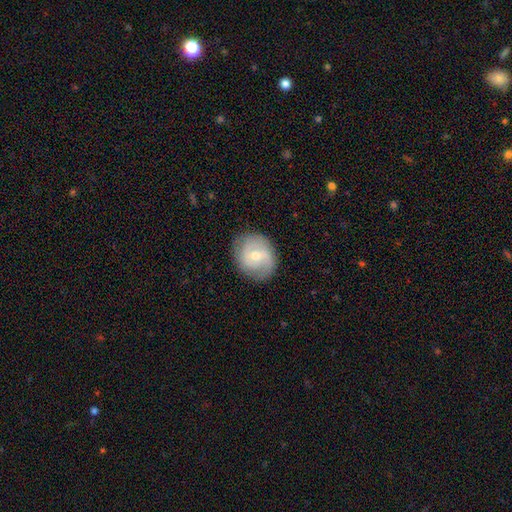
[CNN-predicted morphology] featured or disk 60%, smooth 33%, star or artifact 7%. Down the decision tree: edge-on disk — no (97%); bar — no (46%); spiral arms — yes (81%); bulge size — moderate (51%); merging — none (79%).